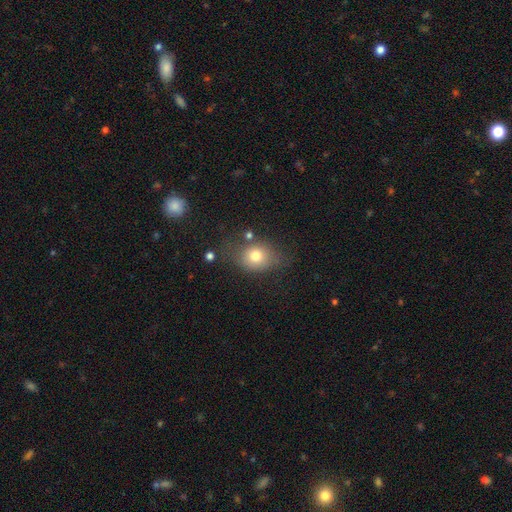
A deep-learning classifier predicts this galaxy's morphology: smooth-or-featured: smooth: 74% | featured or disk: 14% | star or artifact: 12%
  how-rounded: round: 50% | in between: 49% | cigar-shaped: 1%
  merging: none: 61% | minor disturbance: 23% | major disturbance: 11% | merger: 6%